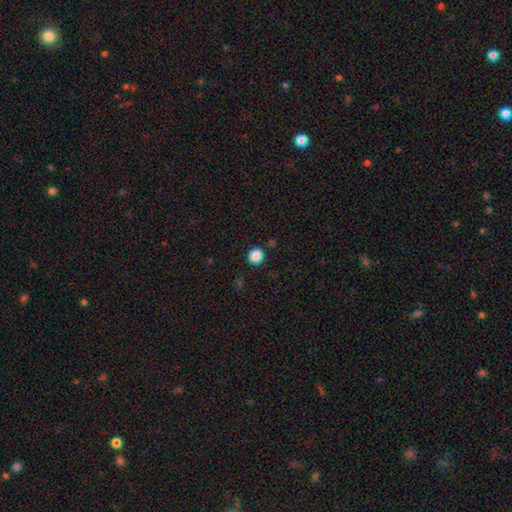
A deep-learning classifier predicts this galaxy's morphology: Smooth or featured? Predicted: smooth (p=0.87). How rounded? Predicted: round (p=0.93). Merging? Predicted: none (p=0.91).